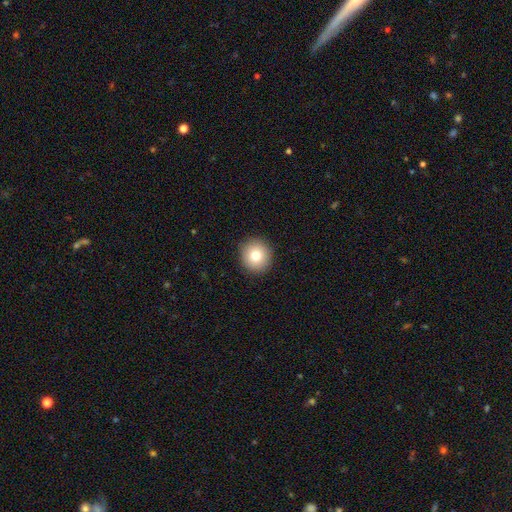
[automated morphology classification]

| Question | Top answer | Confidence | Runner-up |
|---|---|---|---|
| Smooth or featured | smooth | 79% | featured or disk (11%) |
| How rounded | round | 93% | in between (6%) |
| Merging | none | 92% | minor disturbance (6%) |